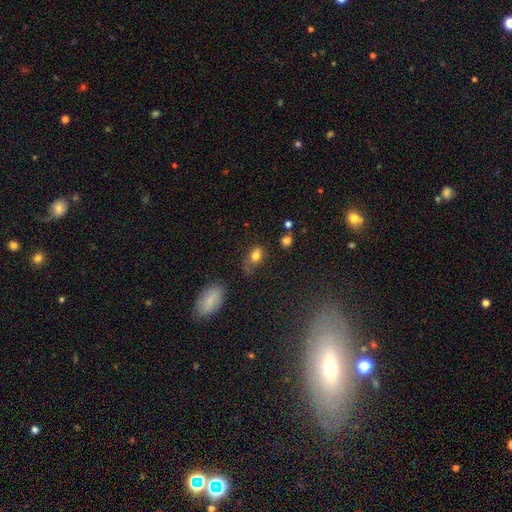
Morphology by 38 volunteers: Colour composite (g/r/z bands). It shows a smooth galaxy with no disk features (84%) that is in between round and cigar-shaped (84%). Merging: none (46%).